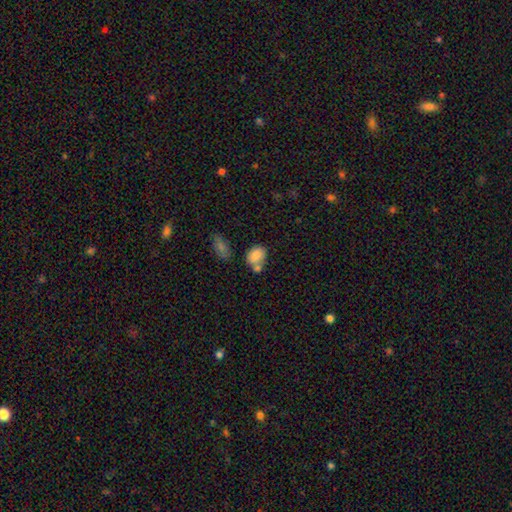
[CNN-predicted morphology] This is clearly a smooth galaxy (82%). How rounded: likely in between (68%). Merging: possibly none (48%).